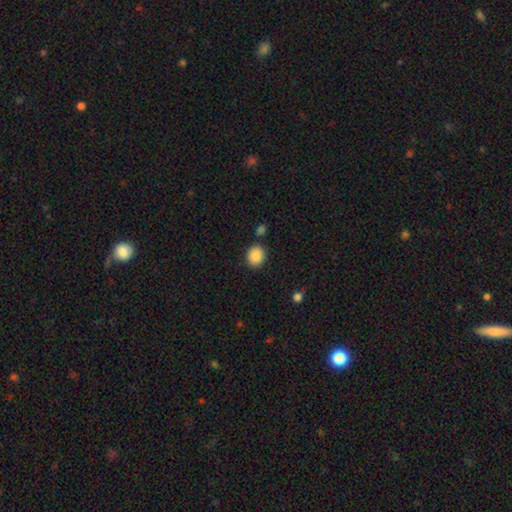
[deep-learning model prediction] smooth_or_featured: smooth (p=0.88) [alt: star or artifact p=0.08]
how_rounded: round (p=0.71) [alt: in between p=0.29]
merging: none (p=0.85) [alt: minor disturbance p=0.09]